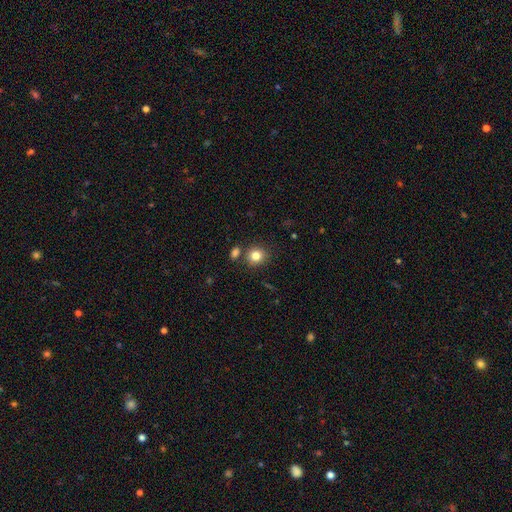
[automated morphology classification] smooth 83%, star or artifact 11%, featured or disk 6%. Down the decision tree: how rounded — round (83%); merging — none (78%).